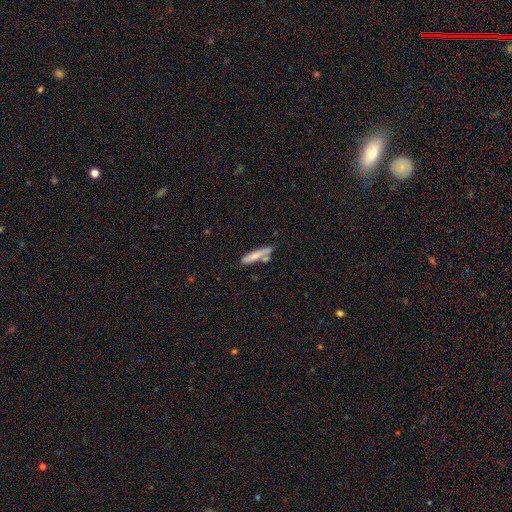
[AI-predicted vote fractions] Smooth or featured?
  - smooth: 66% *
  - featured or disk: 27%
  - star or artifact: 6%
How rounded?
  - cigar-shaped: 84% *
  - in between: 15%
  - round: 2%
Merging?
  - none: 60% *
  - minor disturbance: 19%
  - merger: 16%
  - major disturbance: 5%